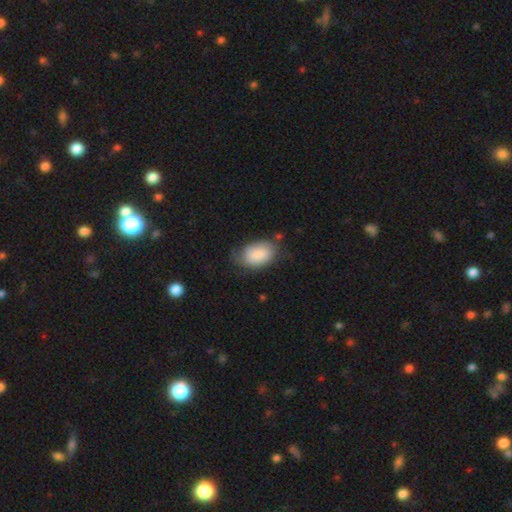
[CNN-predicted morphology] A smooth galaxy with no disk features (84%) that is in between round and cigar-shaped (89%). Merging: none (55%).